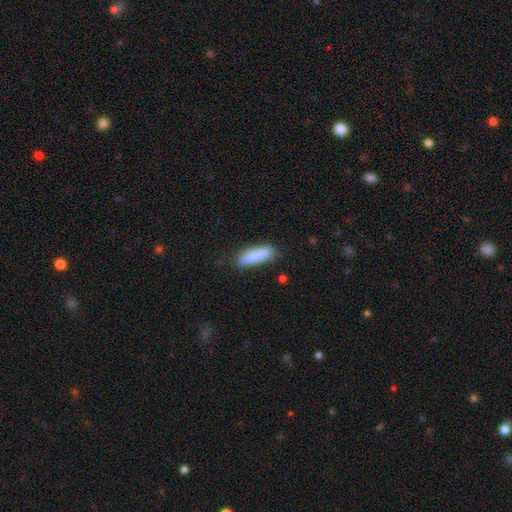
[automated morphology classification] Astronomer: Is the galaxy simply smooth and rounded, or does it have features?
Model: smooth — 83%.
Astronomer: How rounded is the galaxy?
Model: cigar-shaped — 57% (runner-up: in between, 41%).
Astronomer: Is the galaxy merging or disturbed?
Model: none — 66%.